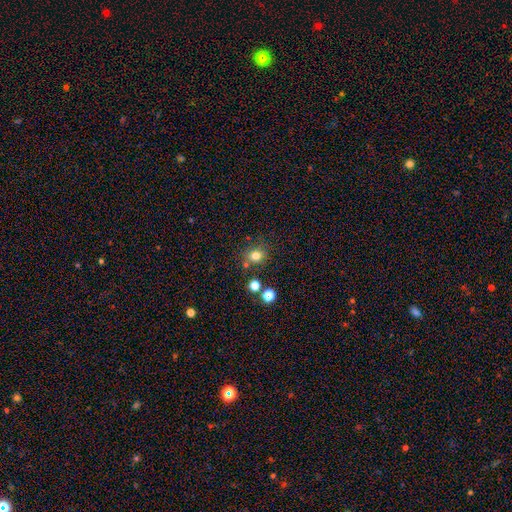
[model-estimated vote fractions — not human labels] smooth-or-featured: smooth: 77% | star or artifact: 16% | featured or disk: 7%
  how-rounded: round: 73% | in between: 26% | cigar-shaped: 1%
  merging: none: 73% | minor disturbance: 12% | merger: 11% | major disturbance: 4%